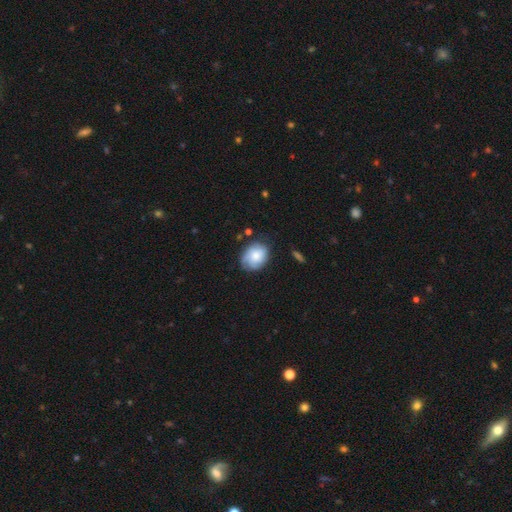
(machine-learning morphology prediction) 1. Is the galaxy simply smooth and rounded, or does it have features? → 60% smooth, 32% featured or disk, 8% star or artifact.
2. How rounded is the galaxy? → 51% round, 48% in between, 1% cigar-shaped.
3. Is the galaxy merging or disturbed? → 66% none, 25% minor disturbance, 7% major disturbance, 2% merger.